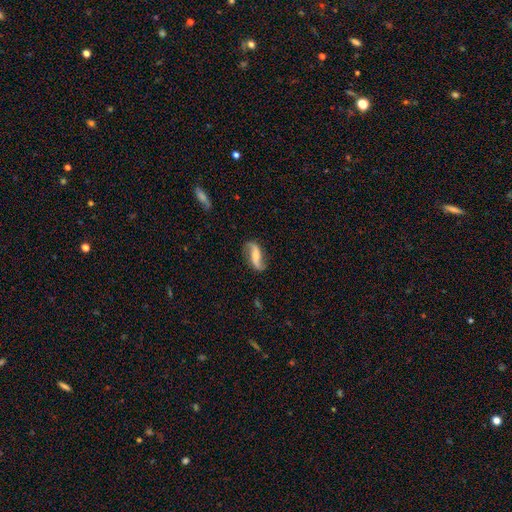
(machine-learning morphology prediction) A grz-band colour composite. It shows a featured or disk galaxy (80%) with no bar (40%), 2 (92%) loose (82%) spiral arms (95%) and a small central bulge (44%). Merging: none (78%).